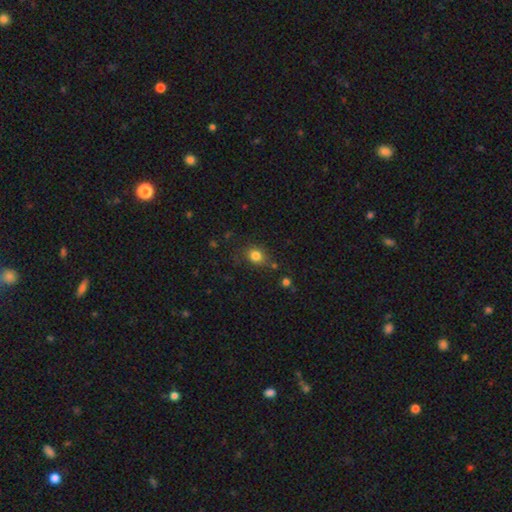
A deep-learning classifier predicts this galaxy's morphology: This is clearly a smooth galaxy (81%). How rounded: likely round (67%). Merging: likely none (71%).